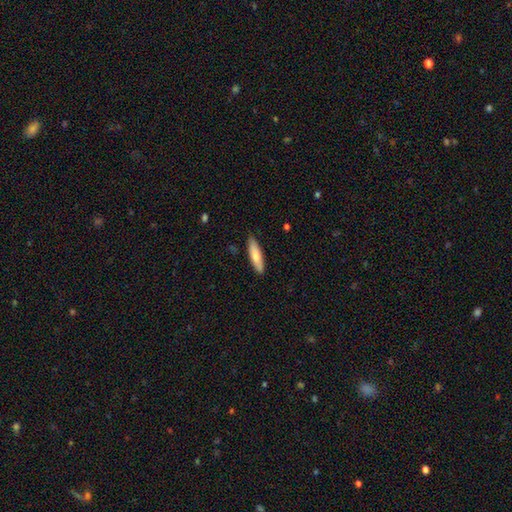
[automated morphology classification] Smooth or featured? smooth (72%)
How rounded? cigar-shaped (68%)
Merging? none (87%)